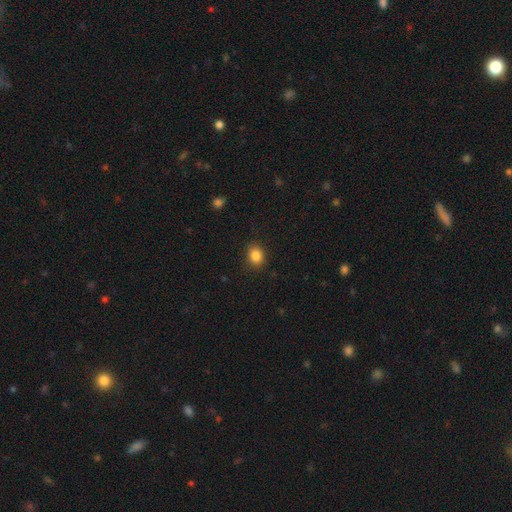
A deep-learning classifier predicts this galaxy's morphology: Smooth or featured?
  - smooth: 86% *
  - star or artifact: 10%
  - featured or disk: 4%
How rounded?
  - in between: 51% *
  - round: 48%
  - cigar-shaped: 1%
Merging?
  - none: 86% *
  - minor disturbance: 10%
  - major disturbance: 3%
  - merger: 1%